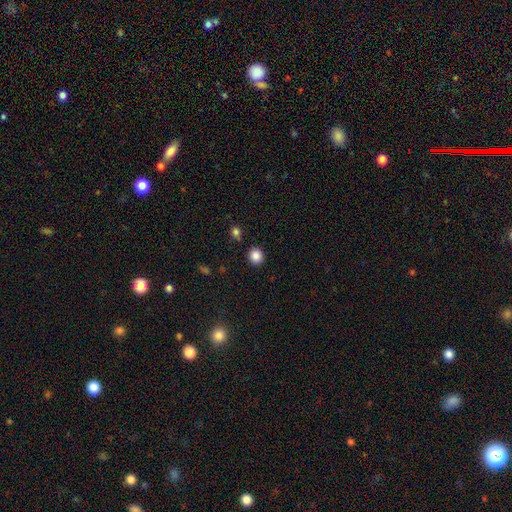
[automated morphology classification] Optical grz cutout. It shows a smooth galaxy with no disk features (86%) that is round (89%). Merging: none (89%).